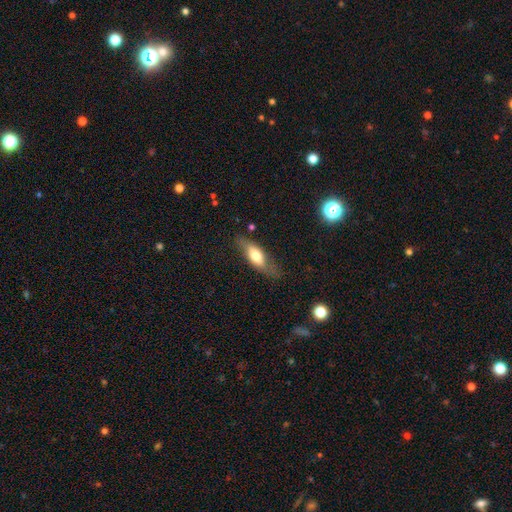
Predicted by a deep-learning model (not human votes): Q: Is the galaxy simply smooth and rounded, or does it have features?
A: smooth — 59%.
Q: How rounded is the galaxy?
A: in between — 64%.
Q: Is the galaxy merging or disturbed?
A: none — 66%.